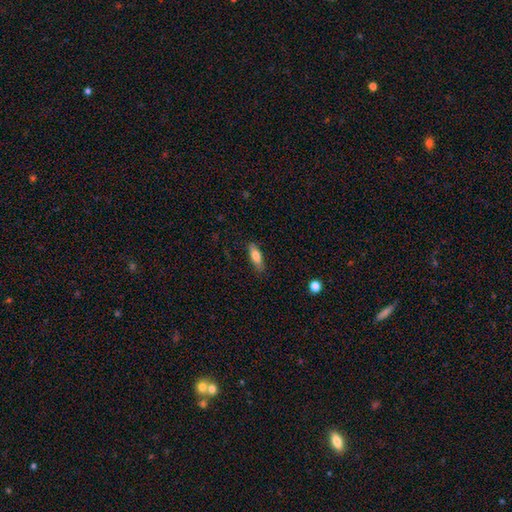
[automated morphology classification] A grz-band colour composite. It shows a smooth galaxy with no disk features (77%) that is in between round and cigar-shaped (61%). Merging: none (82%).